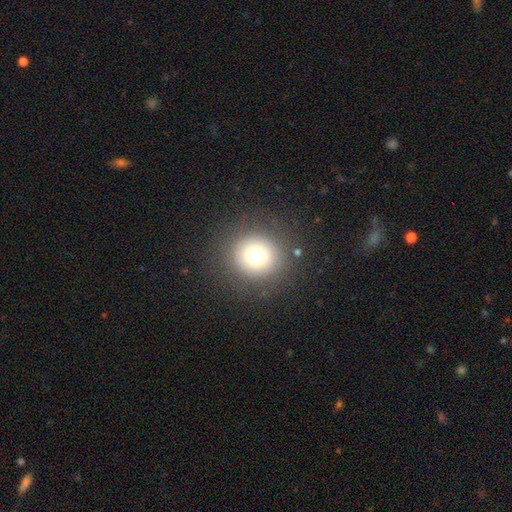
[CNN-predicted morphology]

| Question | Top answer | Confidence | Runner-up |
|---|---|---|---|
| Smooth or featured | smooth | 74% | star or artifact (15%) |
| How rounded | round | 92% | in between (7%) |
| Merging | none | 87% | minor disturbance (8%) |